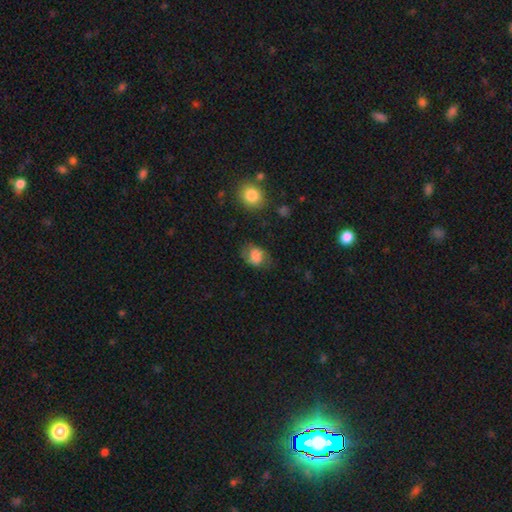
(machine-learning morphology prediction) This is likely a smooth galaxy (71%). How rounded: possibly in between (59%). Merging: possibly none (59%).